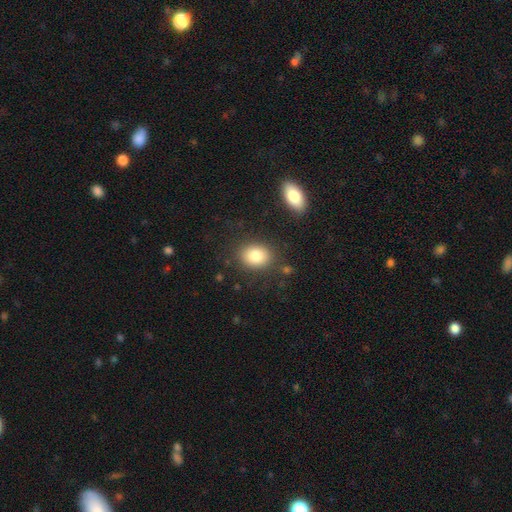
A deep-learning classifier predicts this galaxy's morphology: type=smooth (82%); roundness=in between (53%); merging=none (83%).